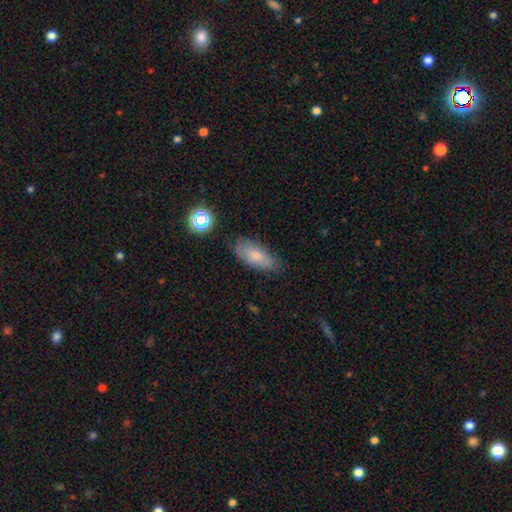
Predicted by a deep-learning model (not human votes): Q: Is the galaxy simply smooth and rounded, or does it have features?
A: smooth — 73%.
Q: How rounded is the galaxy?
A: in between — 85%.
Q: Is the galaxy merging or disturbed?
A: none — 73%.